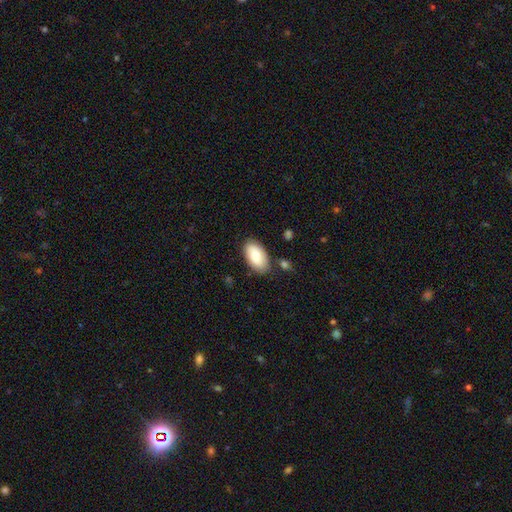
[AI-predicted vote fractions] Morphology: type=smooth (86%); roundness=in between (95%); merging=none (81%).